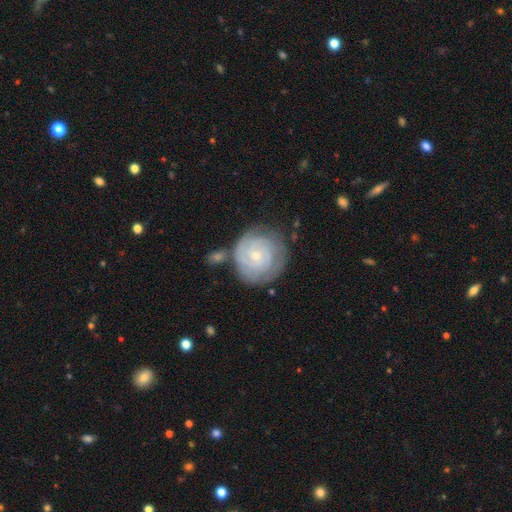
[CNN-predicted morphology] A featured or disk galaxy (79%) with no bar (73%), tight (81%) spiral arms (95%) and a small central bulge (74%). Merging: none (66%).